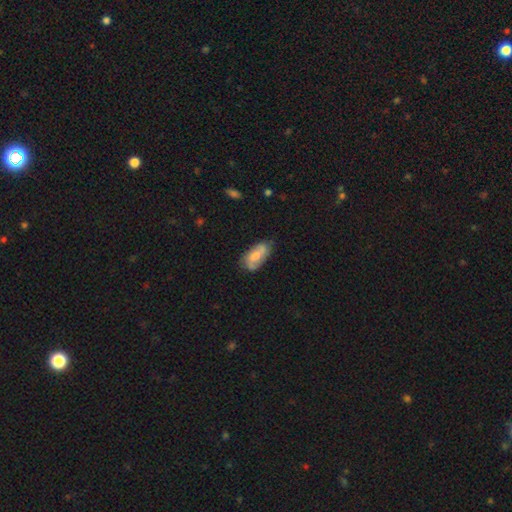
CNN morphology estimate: Smooth or featured? featured or disk (50%)
Merging? none (66%)